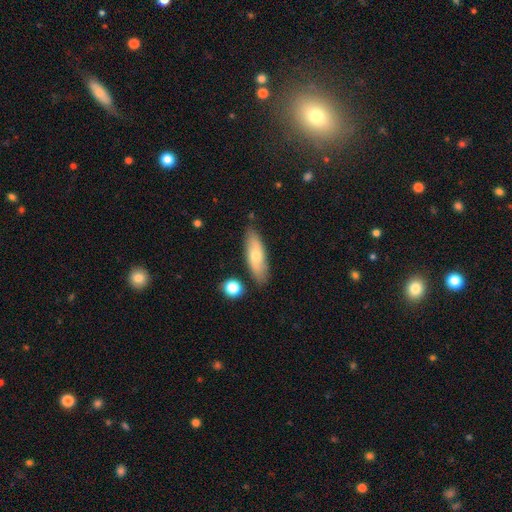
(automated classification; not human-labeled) Q: Smooth or featured?
A: smooth (63%); runner-up: featured or disk (31%)
Q: How rounded?
A: in between (56%); runner-up: cigar-shaped (41%)
Q: Merging?
A: none (81%); runner-up: minor disturbance (13%)